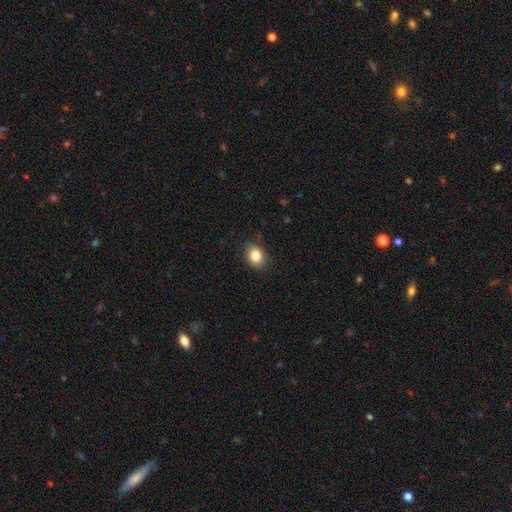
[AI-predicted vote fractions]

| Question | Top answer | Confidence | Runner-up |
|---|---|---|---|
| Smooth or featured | smooth | 84% | star or artifact (9%) |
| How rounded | in between | 64% | round (35%) |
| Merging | none | 84% | minor disturbance (13%) |